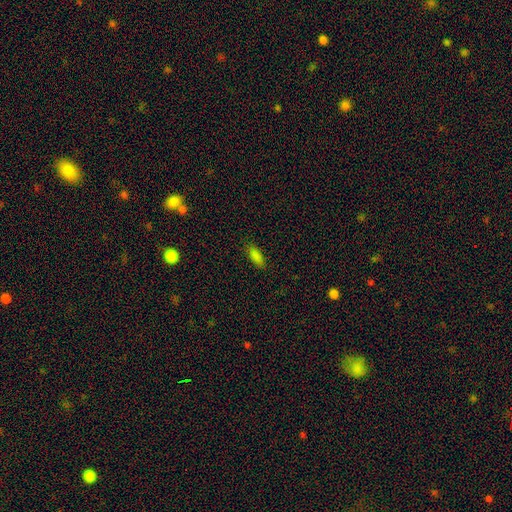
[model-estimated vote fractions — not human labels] Smooth or featured? smooth (84%)
How rounded? in between (70%)
Merging? none (85%)